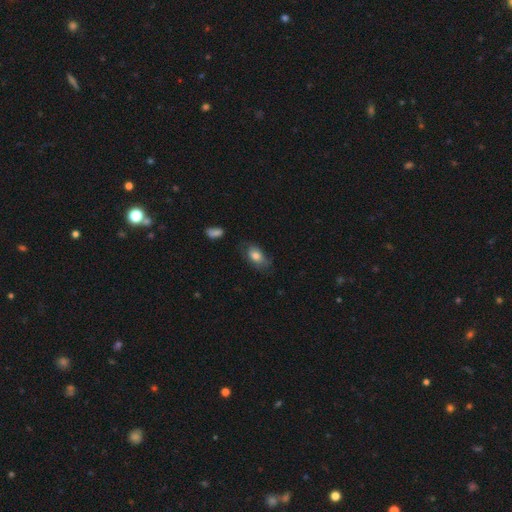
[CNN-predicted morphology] Q: Smooth or featured?
A: smooth (76%); runner-up: featured or disk (16%)
Q: How rounded?
A: in between (87%); runner-up: round (10%)
Q: Merging?
A: none (62%); runner-up: minor disturbance (26%)